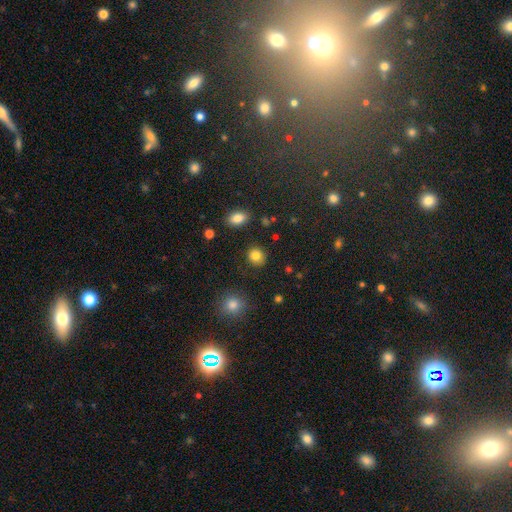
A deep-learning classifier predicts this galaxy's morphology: smooth_or_featured: smooth (p=0.84) [alt: star or artifact p=0.10]
how_rounded: round (p=0.84) [alt: in between p=0.15]
merging: none (p=0.89) [alt: minor disturbance p=0.07]